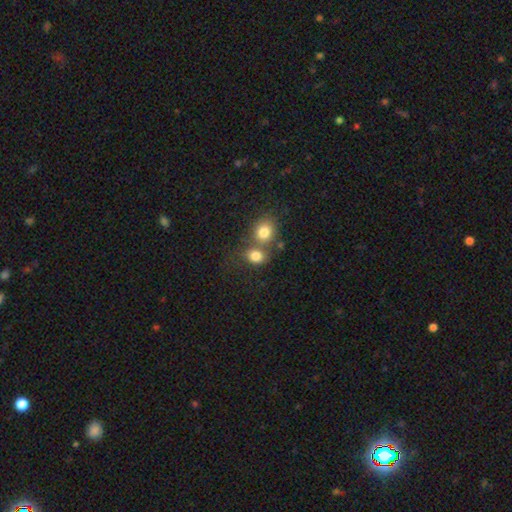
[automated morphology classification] Overall: smooth (80%). How rounded: round (64%; in between 35%). Merging: merger (47%; none 39%).